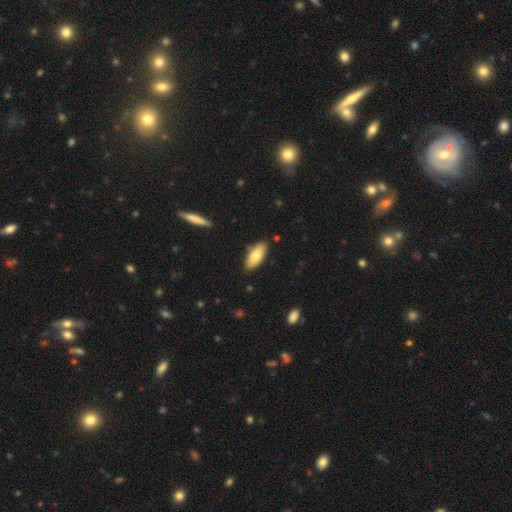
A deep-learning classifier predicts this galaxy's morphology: Q: Smooth or featured?
A: smooth (77%); runner-up: featured or disk (17%)
Q: How rounded?
A: in between (80%); runner-up: cigar-shaped (18%)
Q: Merging?
A: none (86%); runner-up: minor disturbance (11%)